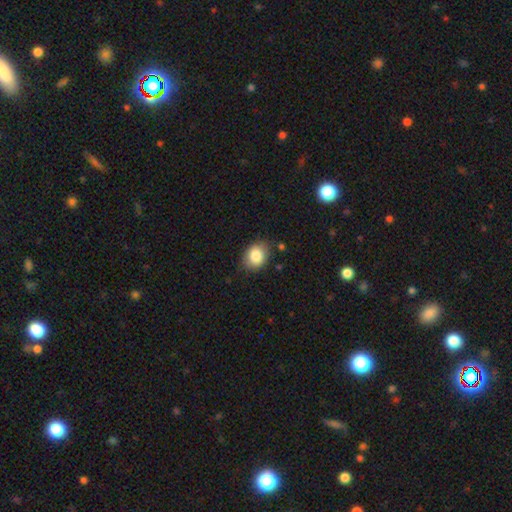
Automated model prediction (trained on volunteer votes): Smooth or featured? smooth (83%)
How rounded? in between (53%)
Merging? none (78%)